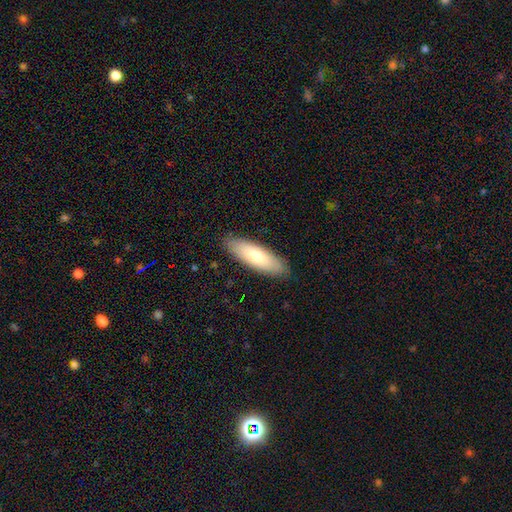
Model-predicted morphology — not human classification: A smooth galaxy with no disk features (74%) that is in between round and cigar-shaped (55%).

Vote fractions:
- Smooth or featured? smooth: 74% / featured or disk: 21% / star or artifact: 5%
- How rounded? in between: 55% / cigar-shaped: 44% / round: 2%
- Merging? none: 88% / minor disturbance: 9% / major disturbance: 2% / merger: 1%